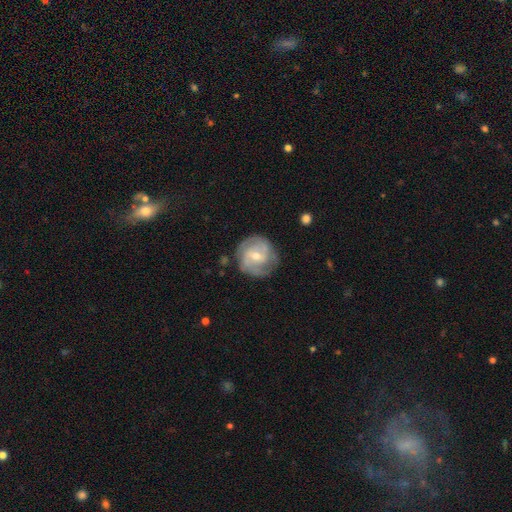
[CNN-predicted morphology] Overall: featured or disk (74%). Edge-on disk: no (98%). Bar: weak (52%; no 34%). Spiral arms: yes (90%). Spiral arm count: 2 (56%; can't tell 19%). Spiral winding: medium (43%, tied with tight). Bulge size: moderate (52%; small 43%). Merging: none (76%).